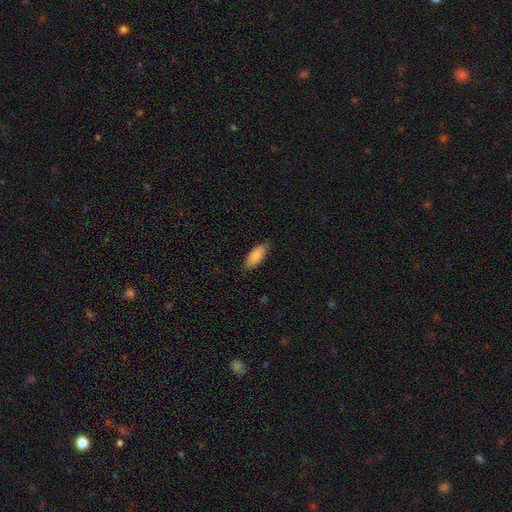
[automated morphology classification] smooth 88%, featured or disk 6%, star or artifact 6%. Down the decision tree: how rounded — in between (78%); merging — none (83%).